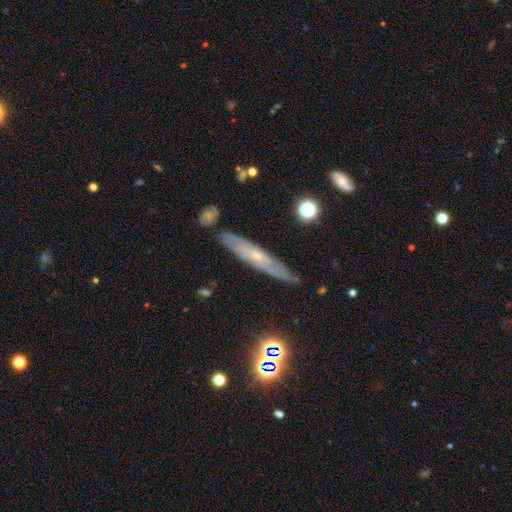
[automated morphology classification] The model was most divided on "edge-on disk": yes: 62%, no: 38%. More confident: merging — none (80%); smooth or featured — featured or disk (63%).